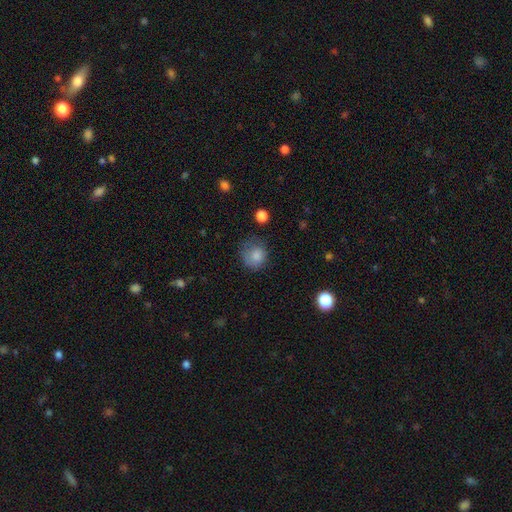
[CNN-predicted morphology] This appears to be a smooth galaxy with no disk features (83%) that is round (81%). Merging: none (60%).